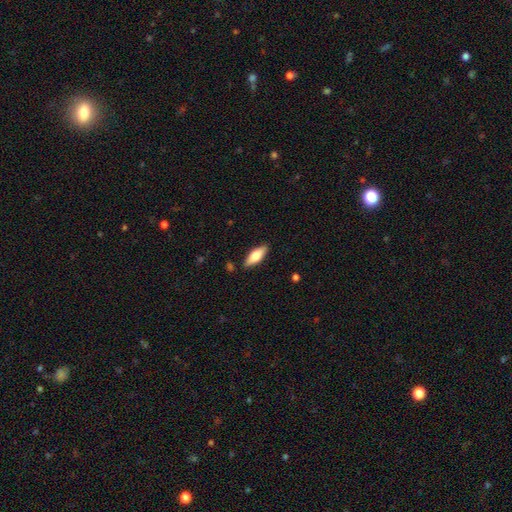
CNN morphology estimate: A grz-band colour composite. It shows a smooth galaxy with no disk features (69%) that is in between round and cigar-shaped (68%). Merging: none (87%).